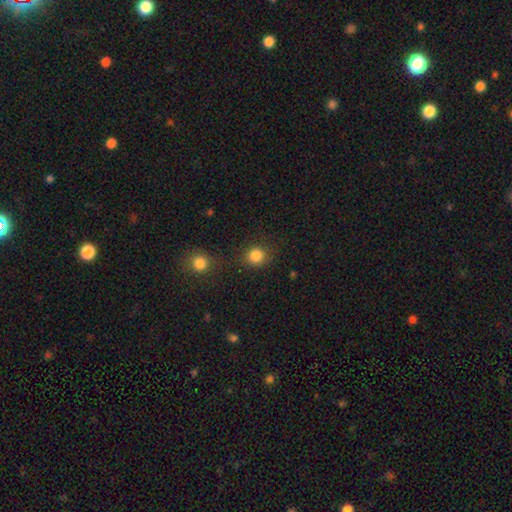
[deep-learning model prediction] Overall: smooth (85%). How rounded: round (89%). Merging: none (78%).